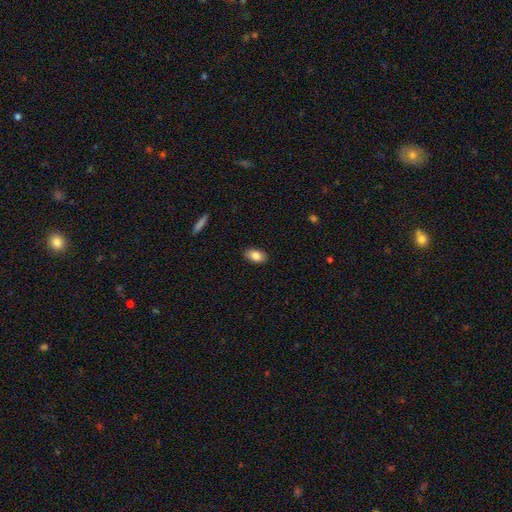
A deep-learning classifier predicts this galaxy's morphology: A smooth galaxy with no disk features (84%) that is in between round and cigar-shaped (90%).

Vote fractions:
- Smooth or featured? smooth: 84% / featured or disk: 9% / star or artifact: 7%
- How rounded? in between: 90% / round: 7% / cigar-shaped: 2%
- Merging? none: 88% / minor disturbance: 9% / major disturbance: 2% / merger: 1%